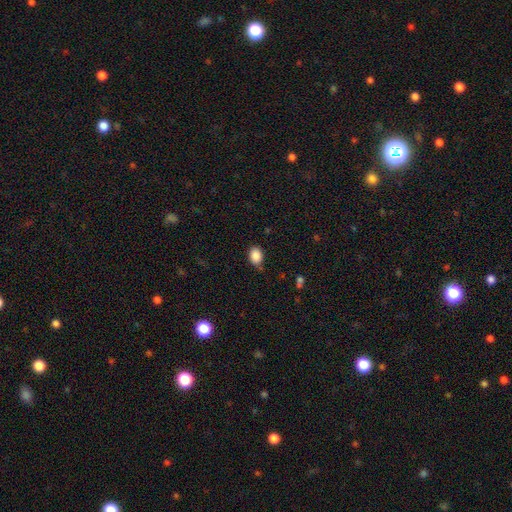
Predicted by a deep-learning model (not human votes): Overall: smooth (87%). How rounded: in between (68%; round 31%). Merging: none (75%).